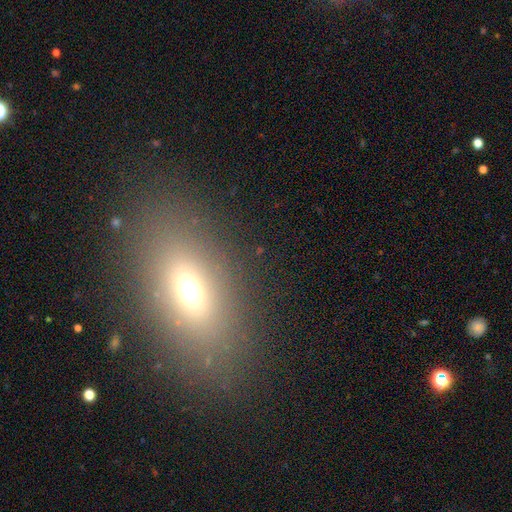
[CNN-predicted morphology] Smooth or featured? Predicted: smooth (p=0.61). How rounded? Predicted: in between (p=0.80). Merging? Predicted: none (p=0.86).